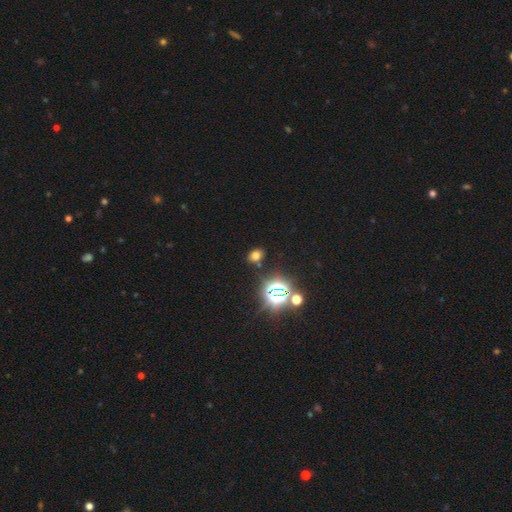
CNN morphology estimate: Q: Smooth or featured?
A: smooth (59%); runner-up: star or artifact (33%)
Q: How rounded?
A: in between (66%); runner-up: round (32%)
Q: Merging?
A: none (82%); runner-up: minor disturbance (10%)